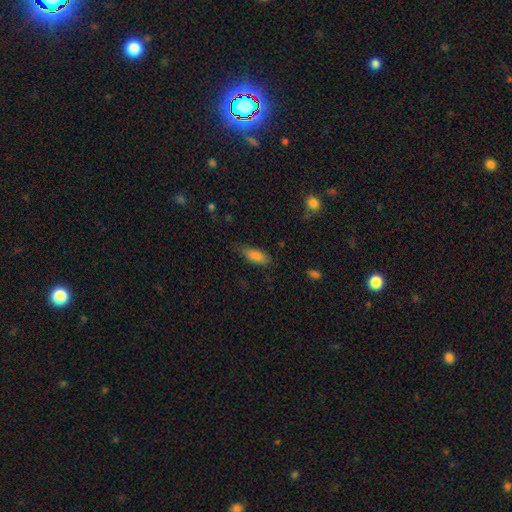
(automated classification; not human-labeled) Morphology: type=smooth (82%); roundness=in between (75%); merging=none (68%).